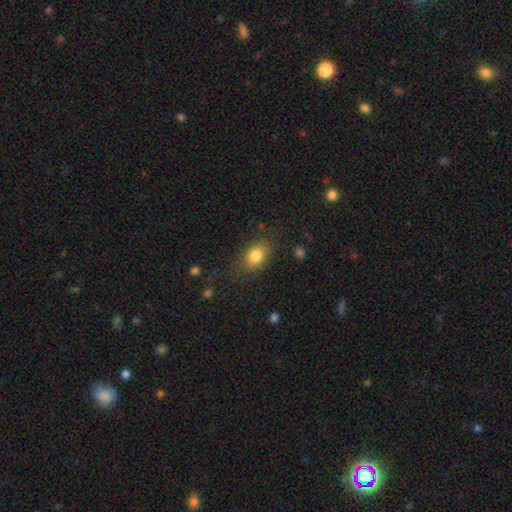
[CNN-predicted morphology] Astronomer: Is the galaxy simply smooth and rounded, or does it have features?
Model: smooth — 81%.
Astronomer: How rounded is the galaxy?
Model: in between — 71%.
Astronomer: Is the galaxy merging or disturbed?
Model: none — 75%.